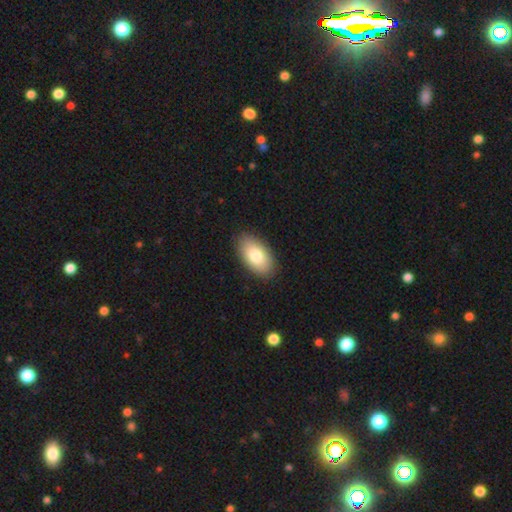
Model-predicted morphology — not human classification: Smooth or featured? smooth (81%)
How rounded? in between (95%)
Merging? none (88%)